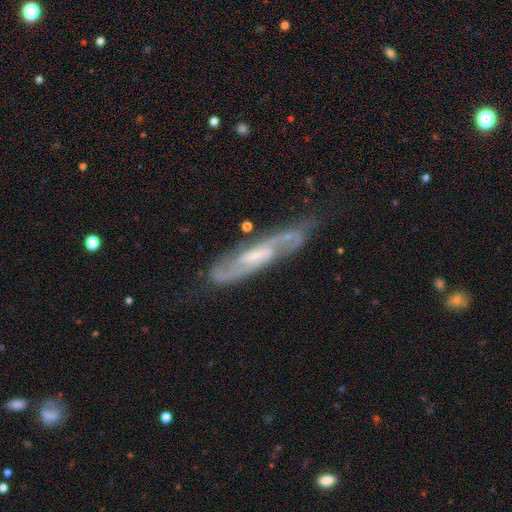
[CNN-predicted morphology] A featured or disk galaxy (87%) with a weak bar (48%), 2 (84%) medium (51%) spiral arms (96%) and a small central bulge (65%). Merging: none (73%).